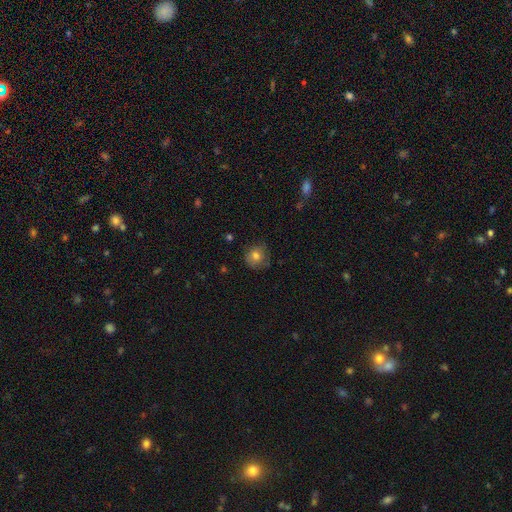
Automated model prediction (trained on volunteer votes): Q: Smooth or featured?
A: smooth (77%); runner-up: featured or disk (12%)
Q: How rounded?
A: round (89%); runner-up: in between (10%)
Q: Merging?
A: none (76%); runner-up: minor disturbance (18%)